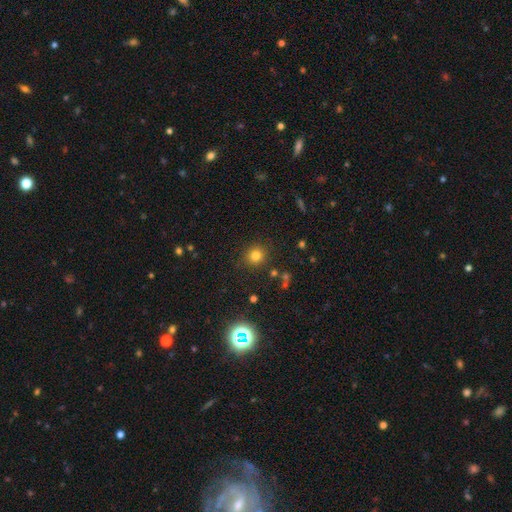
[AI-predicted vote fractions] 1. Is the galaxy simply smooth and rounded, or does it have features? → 78% smooth, 15% star or artifact, 7% featured or disk.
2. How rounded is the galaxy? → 87% round, 12% in between, 1% cigar-shaped.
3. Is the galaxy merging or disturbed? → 86% none, 8% minor disturbance, 3% major disturbance, 3% merger.